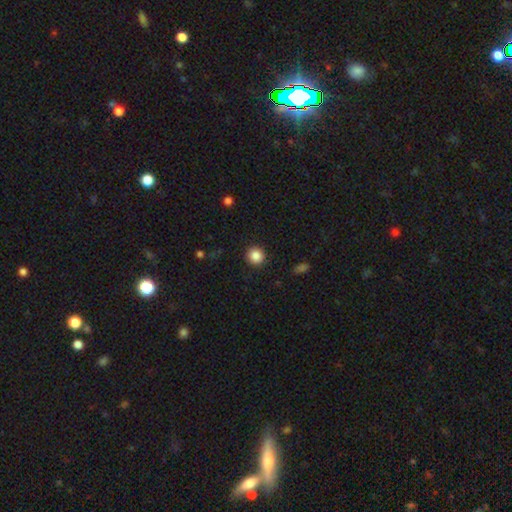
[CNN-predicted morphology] A smooth galaxy with no disk features (86%) that is round (93%).

Vote fractions:
- Smooth or featured? smooth: 86% / star or artifact: 10% / featured or disk: 4%
- How rounded? round: 93% / in between: 6% / cigar-shaped: 1%
- Merging? none: 92% / minor disturbance: 5% / major disturbance: 2% / merger: 1%